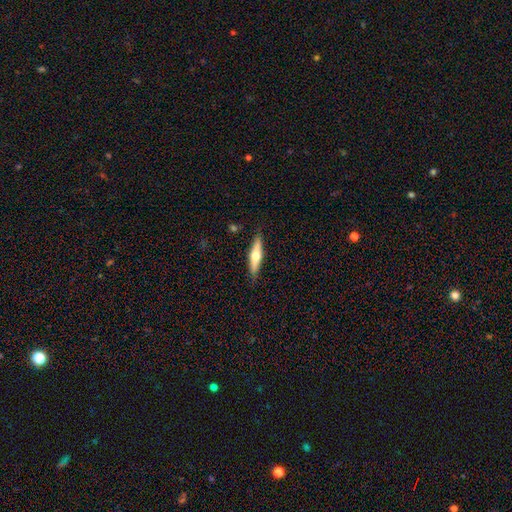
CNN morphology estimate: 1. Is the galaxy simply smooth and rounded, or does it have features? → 55% featured or disk, 40% smooth, 5% star or artifact.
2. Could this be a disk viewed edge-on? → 94% yes, 6% no.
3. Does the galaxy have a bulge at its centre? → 94% rounded, 3% none, 3% boxy.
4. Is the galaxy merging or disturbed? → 88% none, 9% minor disturbance, 2% major disturbance, 1% merger.